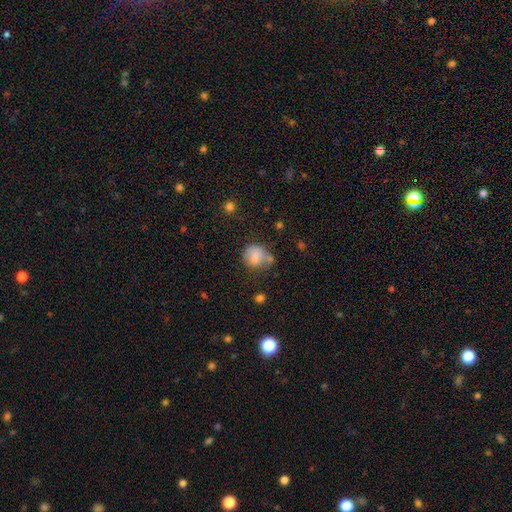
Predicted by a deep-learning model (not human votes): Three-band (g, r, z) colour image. It shows a smooth galaxy with no disk features (79%) that is round (73%). Merging: none (48%).